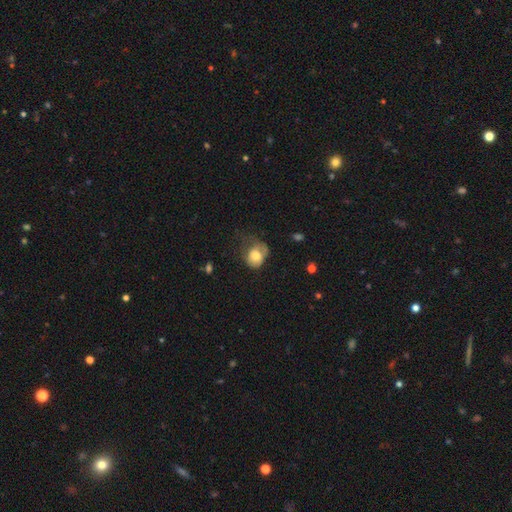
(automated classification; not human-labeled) A smooth galaxy with no disk features (71%) that is round (55%).

Vote fractions:
- Smooth or featured? smooth: 71% / featured or disk: 21% / star or artifact: 8%
- How rounded? round: 55% / in between: 44% / cigar-shaped: 1%
- Merging? major disturbance: 38% / minor disturbance: 32% / none: 27% / merger: 3%